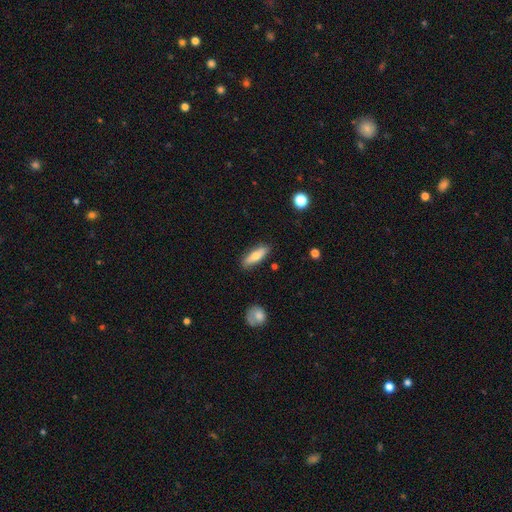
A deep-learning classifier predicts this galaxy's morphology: smooth-or-featured: smooth: 67% | featured or disk: 27% | star or artifact: 6%
  how-rounded: cigar-shaped: 50% | in between: 48% | round: 3%
  merging: none: 84% | minor disturbance: 12% | major disturbance: 2% | merger: 2%